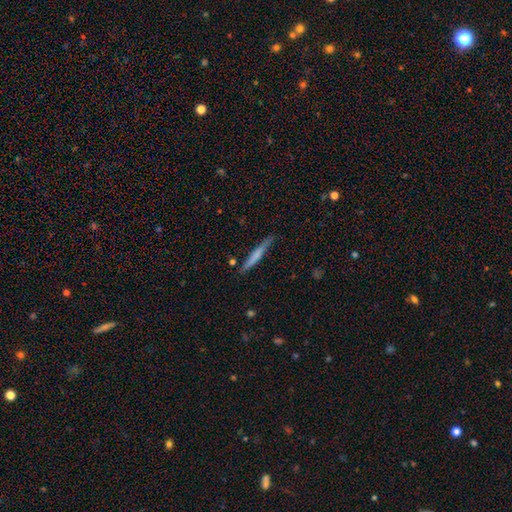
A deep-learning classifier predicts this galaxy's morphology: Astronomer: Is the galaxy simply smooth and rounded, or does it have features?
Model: smooth — 59% (runner-up: featured or disk, 35%).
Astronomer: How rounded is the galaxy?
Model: cigar-shaped — 96%.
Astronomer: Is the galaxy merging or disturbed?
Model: none — 82%.